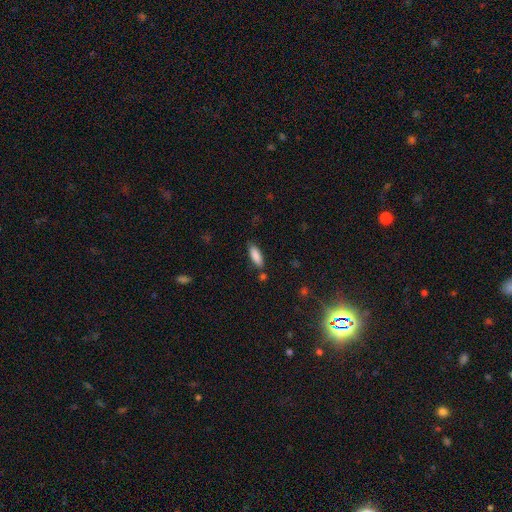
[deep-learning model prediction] Q: Smooth or featured?
A: smooth (87%); runner-up: featured or disk (7%)
Q: How rounded?
A: in between (65%); runner-up: cigar-shaped (34%)
Q: Merging?
A: none (78%); runner-up: minor disturbance (14%)